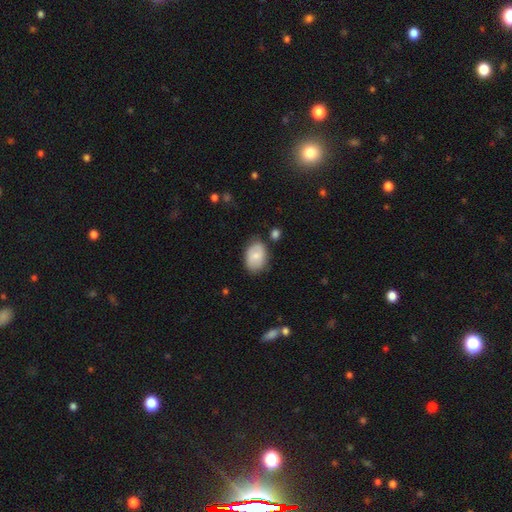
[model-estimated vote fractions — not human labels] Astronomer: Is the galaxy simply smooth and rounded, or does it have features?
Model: smooth — 72%.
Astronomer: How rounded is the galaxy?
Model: in between — 85%.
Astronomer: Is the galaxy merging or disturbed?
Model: none — 74%.